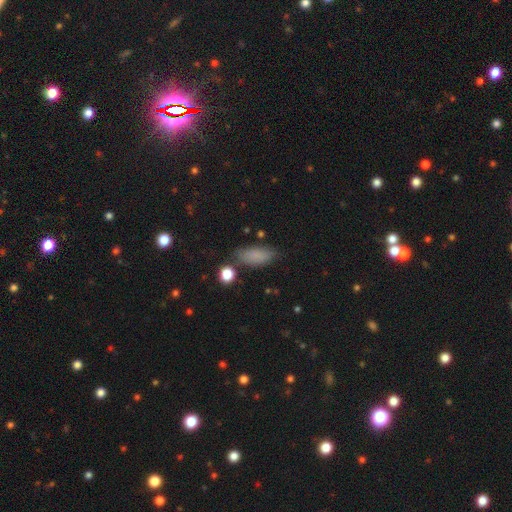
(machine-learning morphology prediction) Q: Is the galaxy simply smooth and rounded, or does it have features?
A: smooth — 82%.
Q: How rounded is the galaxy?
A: in between — 80%.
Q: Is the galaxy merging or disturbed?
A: none — 74%.